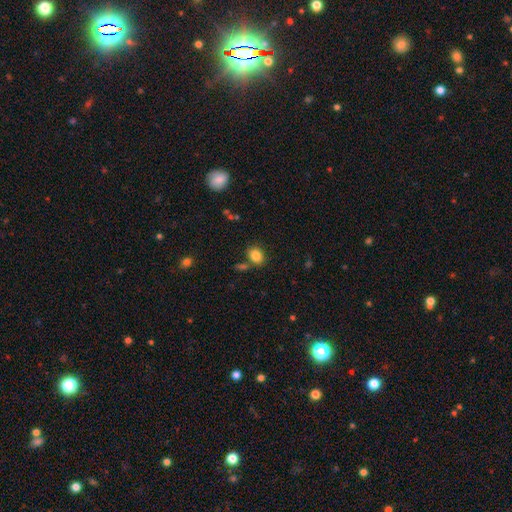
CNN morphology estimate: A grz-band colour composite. It shows a smooth galaxy with no disk features (84%) that is in between round and cigar-shaped (64%). Merging: none (73%).